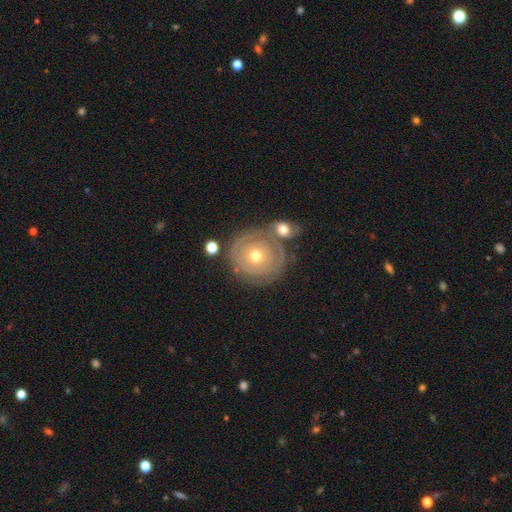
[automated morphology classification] This is likely a featured or disk galaxy (73%). It is clearly not viewed edge-on (97%). Bar: clearly no (88%). Spiral arm pattern: likely yes (75%). Spiral arm count: marginally can't tell (39%). Spiral winding: clearly tight (83%). Central bulge: likely moderate (65%). Merging: possibly none (60%).